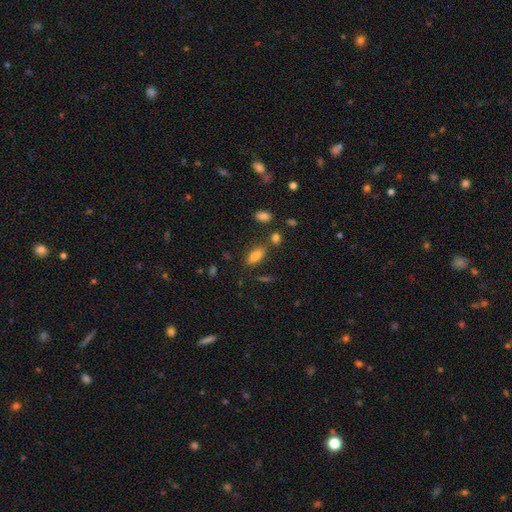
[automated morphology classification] The model was most divided on "merging": none: 75%, minor disturbance: 13%, merger: 8%, major disturbance: 4%. More confident: how rounded — in between (85%); smooth or featured — smooth (82%).